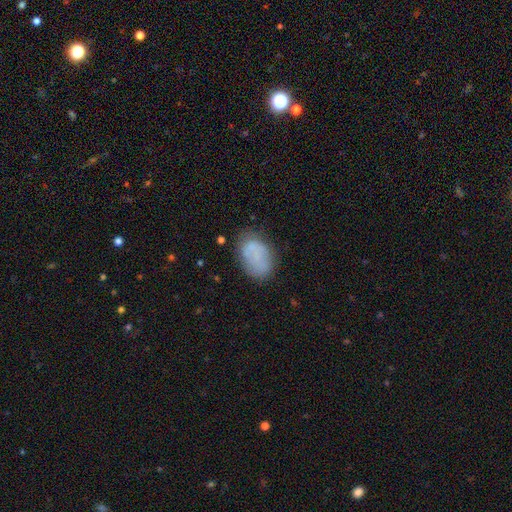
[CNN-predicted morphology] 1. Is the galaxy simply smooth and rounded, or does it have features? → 66% smooth, 22% featured or disk, 11% star or artifact.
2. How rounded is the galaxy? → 88% in between, 10% round, 2% cigar-shaped.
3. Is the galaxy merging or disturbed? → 70% none, 19% minor disturbance, 7% major disturbance, 4% merger.